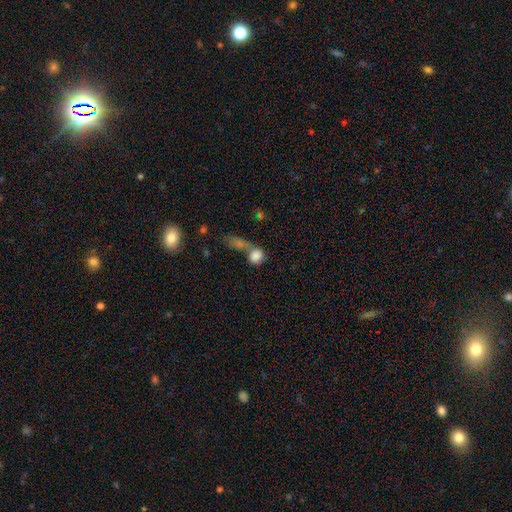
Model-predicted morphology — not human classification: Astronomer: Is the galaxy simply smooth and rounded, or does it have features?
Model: smooth — 80%.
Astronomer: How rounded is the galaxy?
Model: round — 53% (runner-up: in between, 44%).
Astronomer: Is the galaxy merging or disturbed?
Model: merger — 54%.